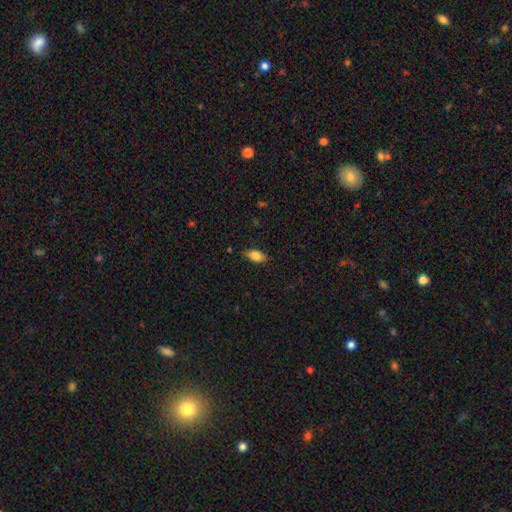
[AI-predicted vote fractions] Q: Smooth or featured?
A: smooth (80%); runner-up: featured or disk (12%)
Q: How rounded?
A: in between (87%); runner-up: cigar-shaped (8%)
Q: Merging?
A: none (83%); runner-up: minor disturbance (13%)